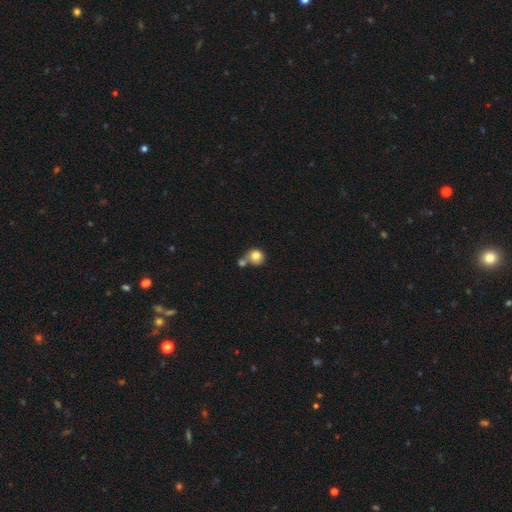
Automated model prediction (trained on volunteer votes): This is clearly a smooth galaxy (82%). How rounded: clearly round (85%). Merging: possibly none (47%).